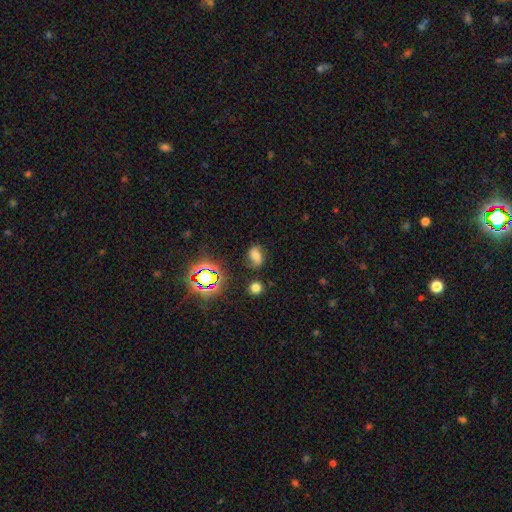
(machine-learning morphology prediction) The model was most divided on "smooth or featured": smooth: 48%, featured or disk: 29%, star or artifact: 23%. More confident: merging — none (64%).